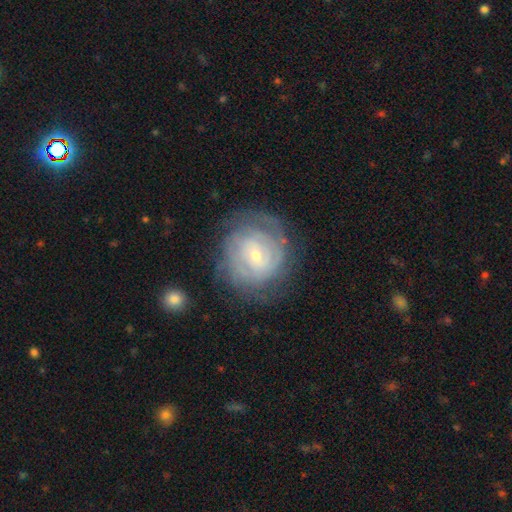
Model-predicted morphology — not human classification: Smooth or featured? Predicted: featured or disk (p=0.77). Edge-on disk? Predicted: no (p=0.97). Bar? Predicted: no (p=0.59). Spiral arms? Predicted: yes (p=0.88). Spiral winding? Predicted: tight (p=0.76). Spiral arm count? Predicted: can't tell (p=0.50). Bulge size? Predicted: small (p=0.74). Merging? Predicted: none (p=0.74).